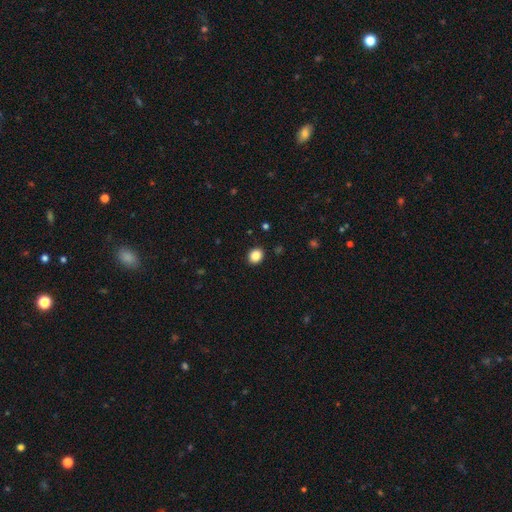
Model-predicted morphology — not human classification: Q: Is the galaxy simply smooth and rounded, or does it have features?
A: smooth — 86%.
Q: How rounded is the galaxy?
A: round — 64%.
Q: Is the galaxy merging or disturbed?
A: none — 91%.